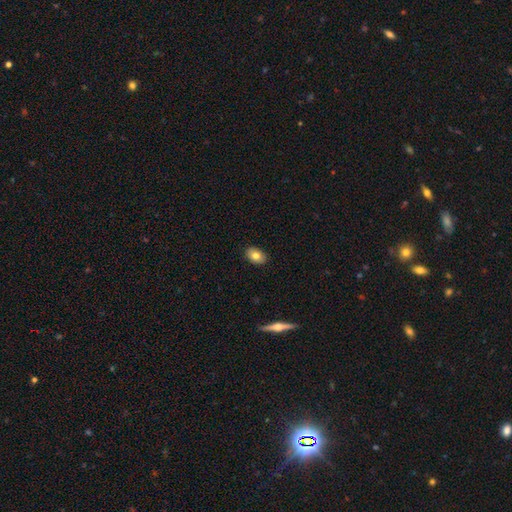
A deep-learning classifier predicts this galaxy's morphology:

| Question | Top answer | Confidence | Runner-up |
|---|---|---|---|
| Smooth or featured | smooth | 78% | featured or disk (14%) |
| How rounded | in between | 83% | round (15%) |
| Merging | none | 89% | minor disturbance (8%) |